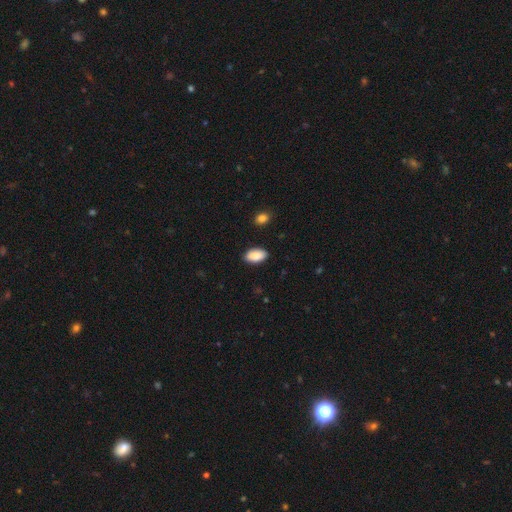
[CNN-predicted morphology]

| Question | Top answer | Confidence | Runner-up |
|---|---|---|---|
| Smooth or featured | smooth | 89% | star or artifact (6%) |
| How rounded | in between | 95% | round (3%) |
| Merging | none | 88% | minor disturbance (8%) |